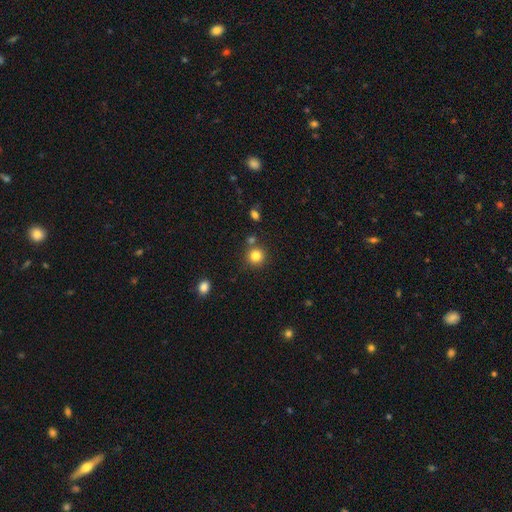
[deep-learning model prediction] Overall: smooth (83%). How rounded: round (92%). Merging: none (79%).